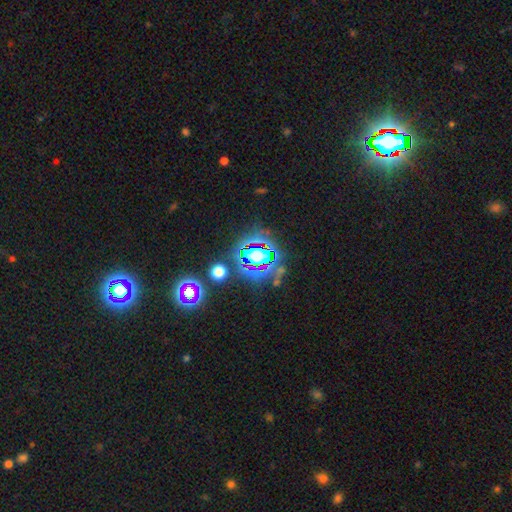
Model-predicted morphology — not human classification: Smooth or featured? star or artifact (62%)